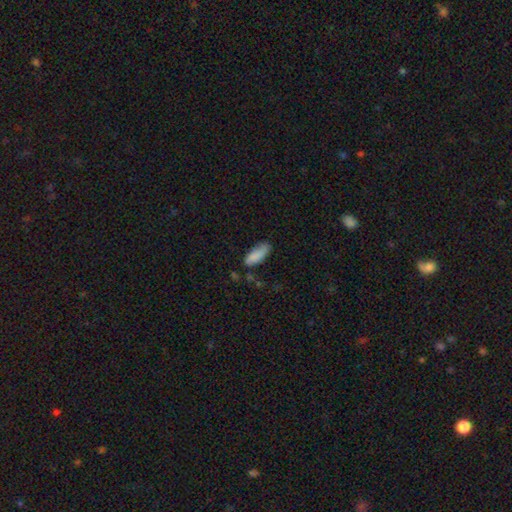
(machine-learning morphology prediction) Smooth or featured?
  - smooth: 86% *
  - featured or disk: 7%
  - star or artifact: 7%
How rounded?
  - in between: 74% *
  - cigar-shaped: 24%
  - round: 2%
Merging?
  - none: 62% *
  - minor disturbance: 28%
  - major disturbance: 6%
  - merger: 3%